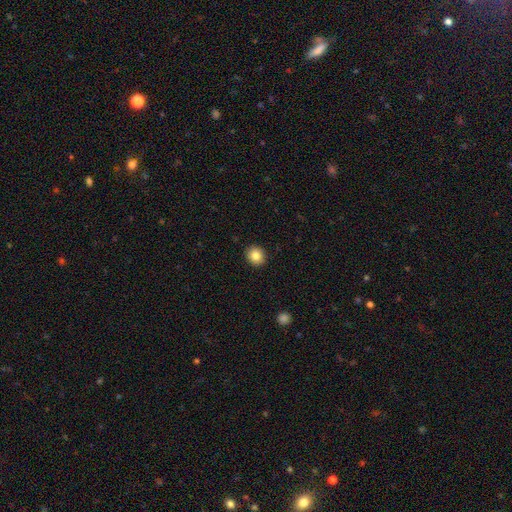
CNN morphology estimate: The model was most divided on "how rounded": round: 85%, in between: 14%, cigar-shaped: 1%. More confident: merging — none (92%); smooth or featured — smooth (84%).